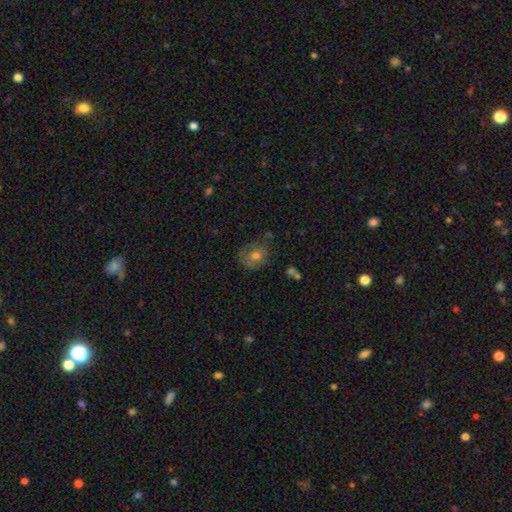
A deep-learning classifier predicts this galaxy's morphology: Smooth or featured? Predicted: smooth (p=0.55). How rounded? Predicted: round (p=0.62). Merging? Predicted: none (p=0.55).